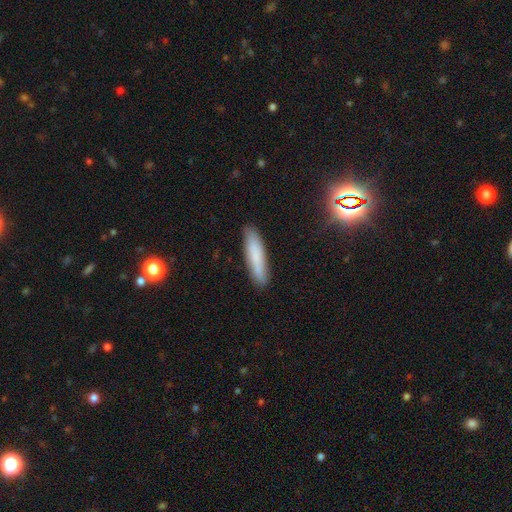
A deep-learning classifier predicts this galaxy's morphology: Q: Smooth or featured?
A: smooth (75%); runner-up: featured or disk (17%)
Q: How rounded?
A: cigar-shaped (84%); runner-up: in between (14%)
Q: Merging?
A: none (87%); runner-up: minor disturbance (10%)